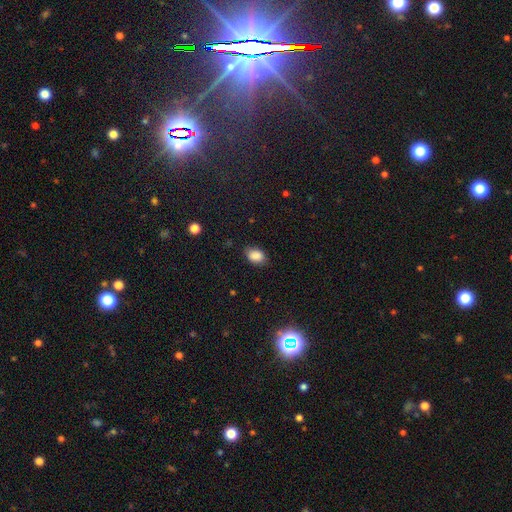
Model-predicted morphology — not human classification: A smooth galaxy with no disk features (86%) that is in between round and cigar-shaped (82%). Merging: none (80%).